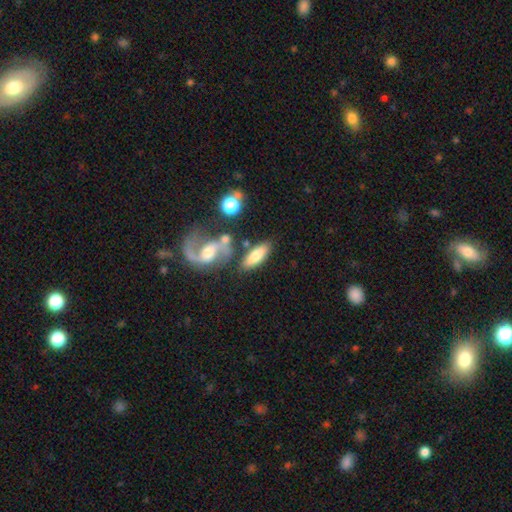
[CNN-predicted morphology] smooth_or_featured: smooth (p=0.67) [alt: featured or disk p=0.26]
how_rounded: in between (p=0.71) [alt: cigar-shaped p=0.25]
merging: none (p=0.65) [alt: merger p=0.16]